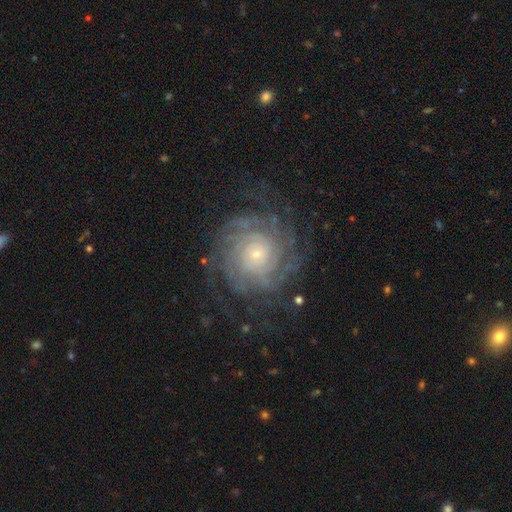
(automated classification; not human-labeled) Q: Smooth or featured?
A: featured or disk (84%); runner-up: smooth (8%)
Q: Edge-on disk?
A: no (97%); runner-up: yes (3%)
Q: Bar?
A: no (78%); runner-up: weak (18%)
Q: Spiral arms?
A: yes (96%); runner-up: no (4%)
Q: Spiral winding?
A: tight (77%); runner-up: medium (18%)
Q: Spiral arm count?
A: can't tell (35%); runner-up: more than 4 (19%)
Q: Bulge size?
A: small (69%); runner-up: moderate (24%)
Q: Merging?
A: none (78%); runner-up: minor disturbance (13%)